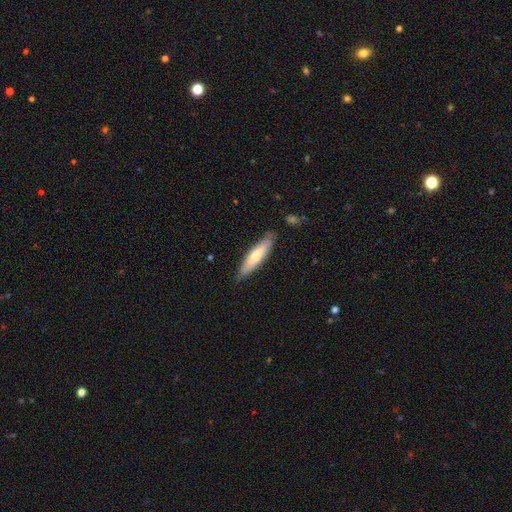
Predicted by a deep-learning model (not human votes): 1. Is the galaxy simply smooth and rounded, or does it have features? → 60% smooth, 34% featured or disk, 5% star or artifact.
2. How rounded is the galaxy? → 79% cigar-shaped, 20% in between, 1% round.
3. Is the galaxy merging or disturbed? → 83% none, 13% minor disturbance, 2% major disturbance, 1% merger.